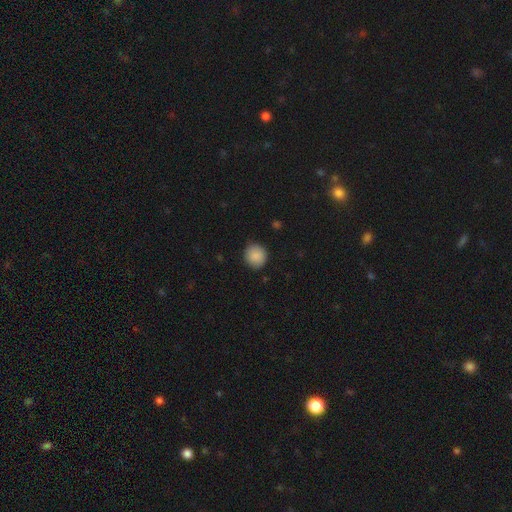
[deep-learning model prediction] The model was most divided on "how rounded": round: 89%, in between: 10%, cigar-shaped: 1%. More confident: smooth or featured — smooth (89%); merging — none (88%).